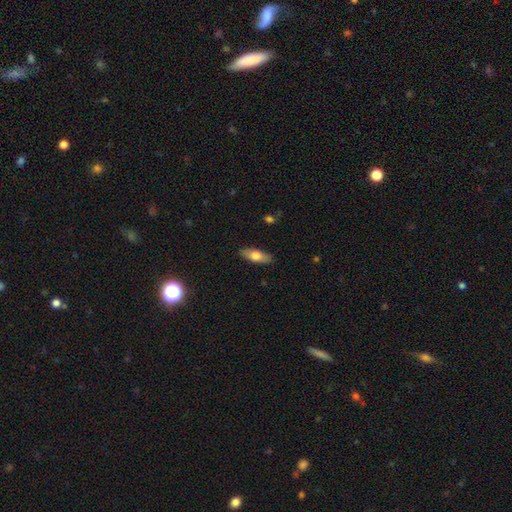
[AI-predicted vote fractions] This appears to be a smooth galaxy with no disk features (69%) that is in between round and cigar-shaped (65%). Merging: none (88%).